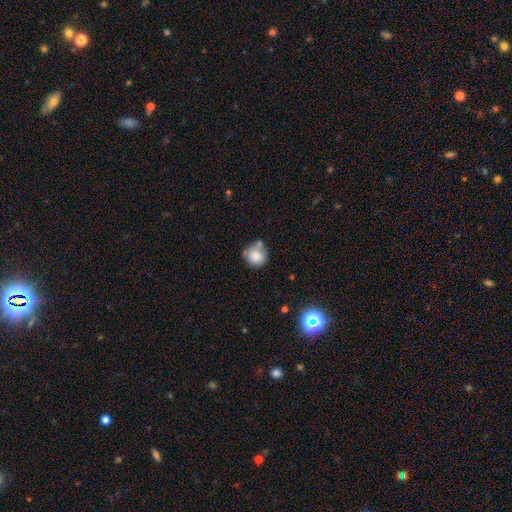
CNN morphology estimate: A smooth galaxy with no disk features (80%) that is round (88%). Merging: none (54%).